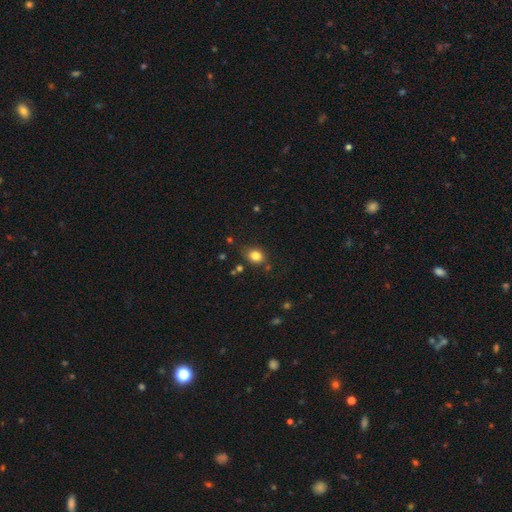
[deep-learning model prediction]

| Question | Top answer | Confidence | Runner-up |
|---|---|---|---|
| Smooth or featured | smooth | 82% | star or artifact (12%) |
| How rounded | round | 50% | in between (49%) |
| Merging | none | 76% | minor disturbance (16%) |